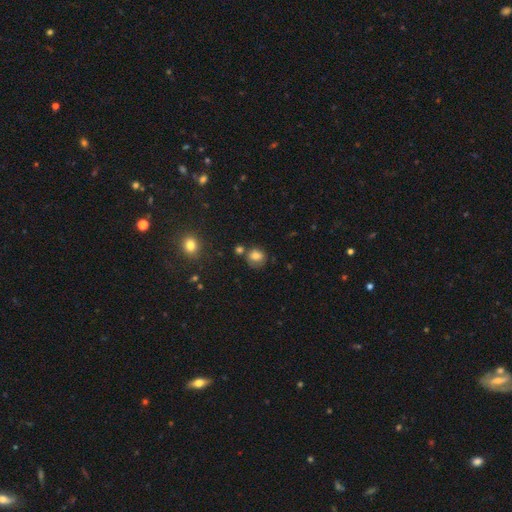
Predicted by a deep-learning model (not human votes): Smooth or featured? Predicted: smooth (p=0.76). How rounded? Predicted: round (p=0.80). Merging? Predicted: none (p=0.67).